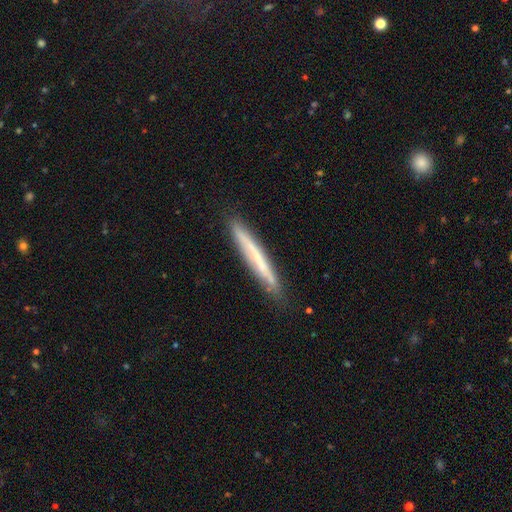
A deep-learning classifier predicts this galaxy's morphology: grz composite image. It shows a smooth galaxy with no disk features (47%). Merging: none (84%).